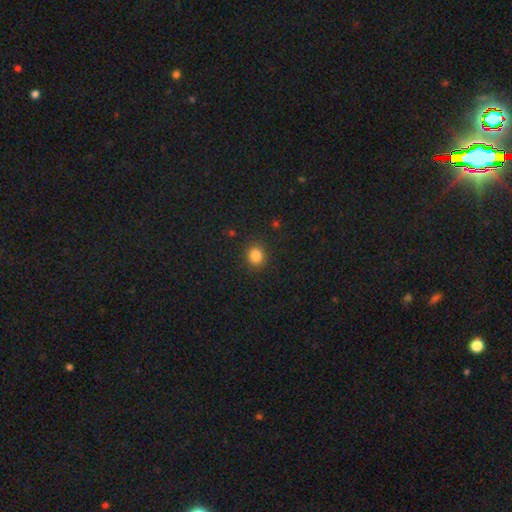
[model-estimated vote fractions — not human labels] smooth 84%, star or artifact 11%, featured or disk 4%. Down the decision tree: how rounded — round (80%); merging — none (89%).